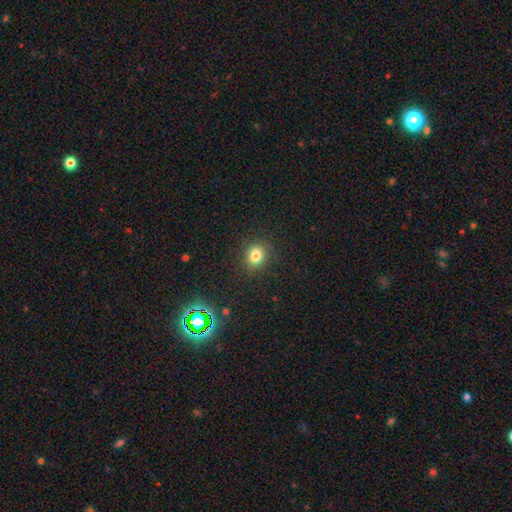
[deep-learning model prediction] Smooth or featured?
  - smooth: 80% *
  - star or artifact: 13%
  - featured or disk: 6%
How rounded?
  - round: 66% *
  - in between: 33%
  - cigar-shaped: 1%
Merging?
  - none: 86% *
  - minor disturbance: 9%
  - major disturbance: 3%
  - merger: 1%